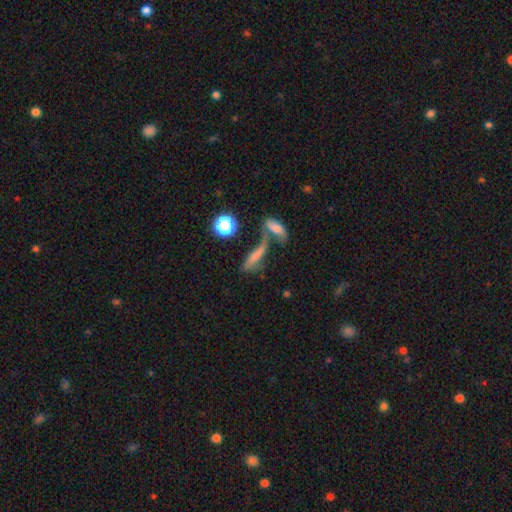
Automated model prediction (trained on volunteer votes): smooth-or-featured: smooth: 64% | featured or disk: 22% | star or artifact: 14%
  how-rounded: cigar-shaped: 53% | in between: 40% | round: 7%
  merging: merger: 47% | none: 30% | minor disturbance: 13% | major disturbance: 11%